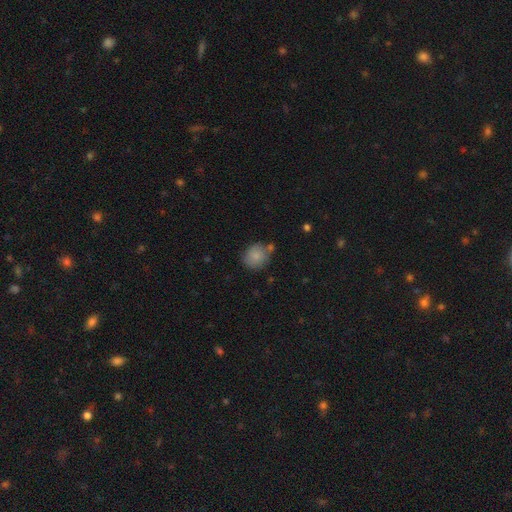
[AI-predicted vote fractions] smooth-or-featured: smooth: 83% | featured or disk: 9% | star or artifact: 8%
  how-rounded: round: 77% | in between: 22% | cigar-shaped: 1%
  merging: none: 70% | minor disturbance: 15% | merger: 11% | major disturbance: 4%